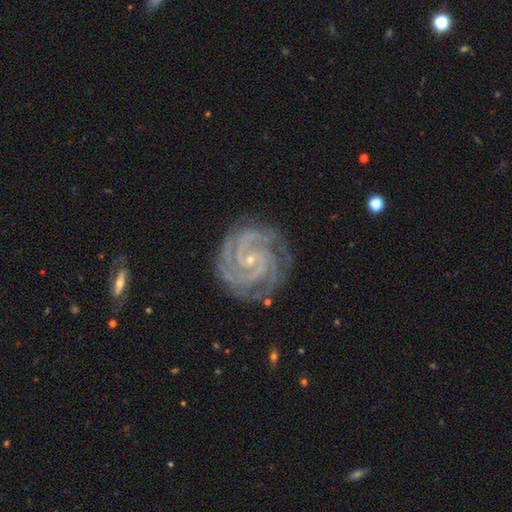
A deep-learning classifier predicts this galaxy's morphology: smooth-or-featured: featured or disk: 91% | star or artifact: 6% | smooth: 3%
  disk-edge-on: no: 98% | yes: 2%
    bar: no: 58% | weak: 28% | strong: 14%
    has-spiral-arms: yes: 99% | no: 1%
      spiral-winding: tight: 79% | medium: 19% | loose: 2%
      spiral-arm-count: 3: 32% | 2: 30% | 4: 14% | can't tell: 10% | more than 4: 7% | 1: 7%
    bulge-size: small: 85% | moderate: 11% | none: 3% | large: 1% | dominant: 1%
  merging: none: 81% | minor disturbance: 14% | major disturbance: 4% | merger: 1%